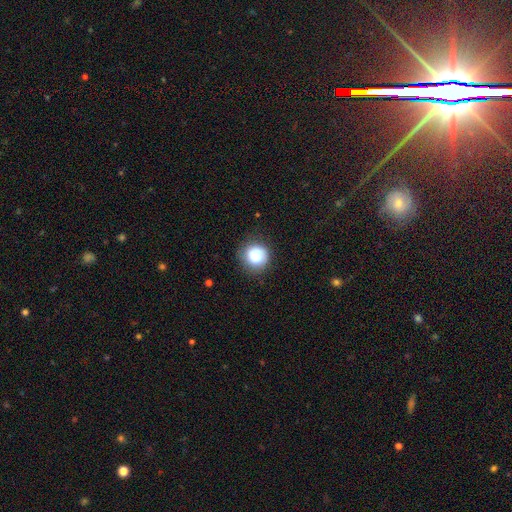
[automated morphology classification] The model was most divided on "merging": none: 76%, minor disturbance: 17%, major disturbance: 5%, merger: 1%. More confident: how rounded — round (90%); smooth or featured — smooth (83%).